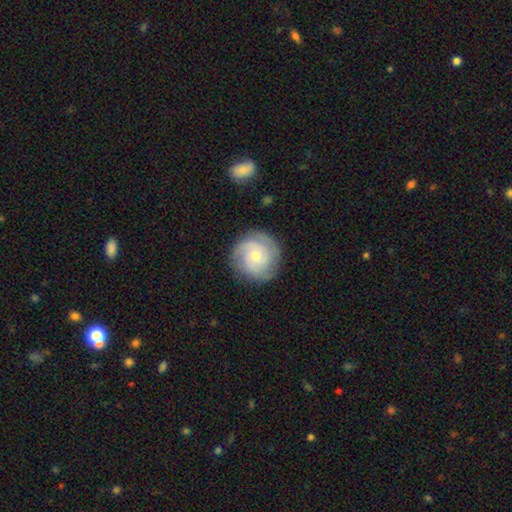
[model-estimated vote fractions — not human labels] smooth_or_featured: featured or disk (p=0.67) [alt: smooth p=0.26]
disk_edge_on: no (p=0.98) [alt: yes p=0.02]
bar: no (p=0.76) [alt: weak p=0.21]
has_spiral_arms: yes (p=0.92) [alt: no p=0.08]
spiral_winding: tight (p=0.58) [alt: medium p=0.33]
spiral_arm_count: 3 (p=0.34) [alt: 2 p=0.26]
bulge_size: small (p=0.49) [alt: moderate p=0.46]
merging: none (p=0.82) [alt: minor disturbance p=0.13]